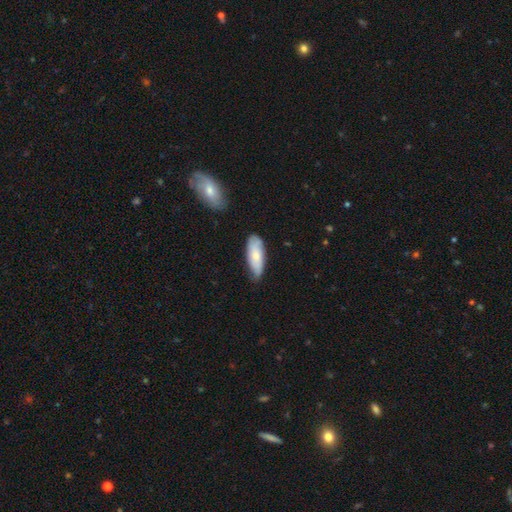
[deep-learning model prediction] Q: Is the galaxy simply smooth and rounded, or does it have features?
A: smooth — 67%.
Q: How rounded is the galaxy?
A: in between — 79%.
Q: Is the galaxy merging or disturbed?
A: none — 65%.